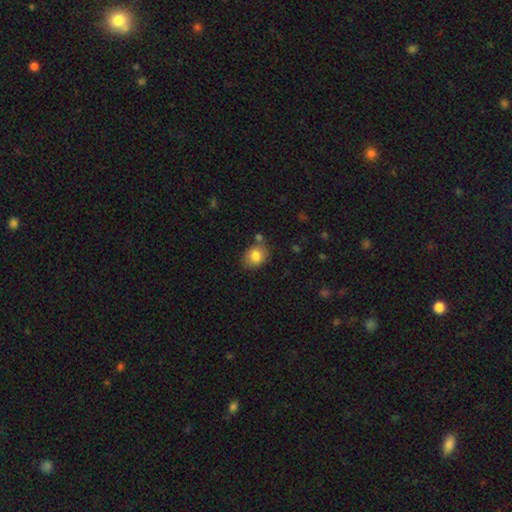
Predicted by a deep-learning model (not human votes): Smooth or featured? smooth (82%)
How rounded? in between (55%)
Merging? none (70%)